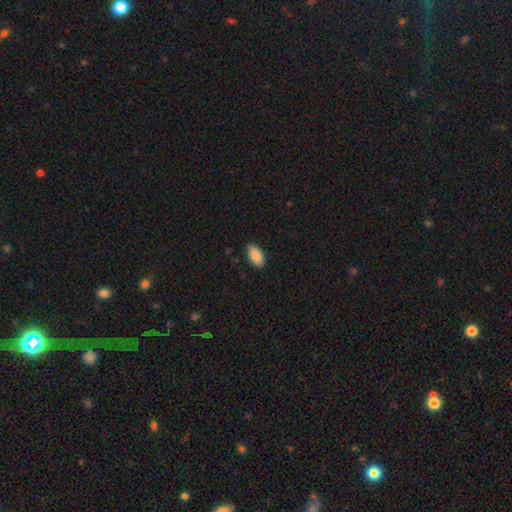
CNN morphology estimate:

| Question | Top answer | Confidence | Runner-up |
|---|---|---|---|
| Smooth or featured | smooth | 88% | star or artifact (6%) |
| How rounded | in between | 95% | round (4%) |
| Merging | none | 88% | minor disturbance (9%) |